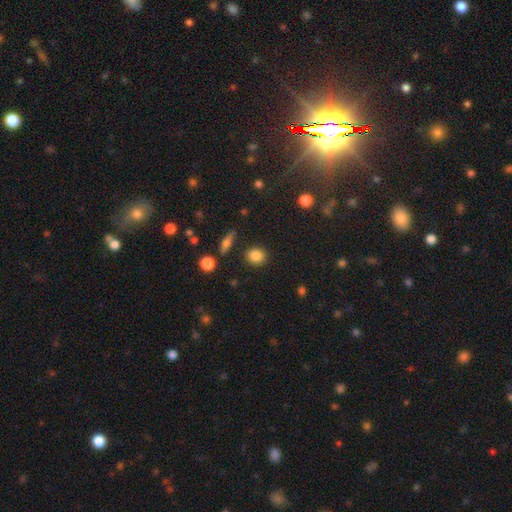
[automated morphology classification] Smooth or featured?
  - smooth: 85% *
  - star or artifact: 9%
  - featured or disk: 6%
How rounded?
  - round: 80% *
  - in between: 18%
  - cigar-shaped: 2%
Merging?
  - none: 87% *
  - minor disturbance: 8%
  - merger: 3%
  - major disturbance: 3%